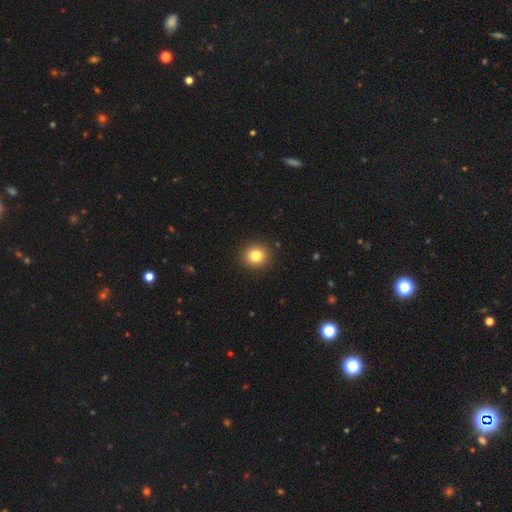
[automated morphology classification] Q: Smooth or featured?
A: smooth (81%); runner-up: star or artifact (11%)
Q: How rounded?
A: round (89%); runner-up: in between (10%)
Q: Merging?
A: none (92%); runner-up: minor disturbance (5%)